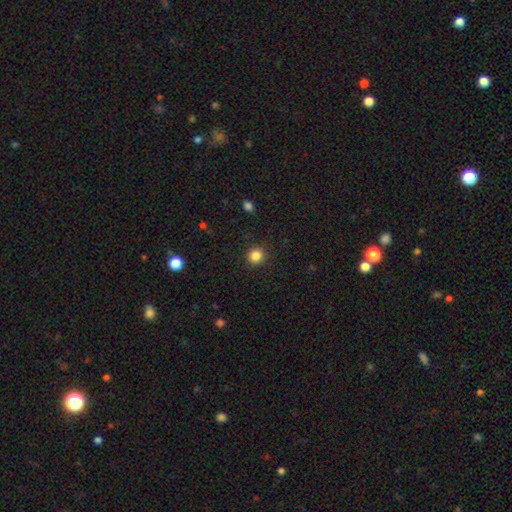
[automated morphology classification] The model was most divided on "smooth or featured": smooth: 84%, star or artifact: 11%, featured or disk: 4%. More confident: merging — none (91%); how rounded — round (90%).